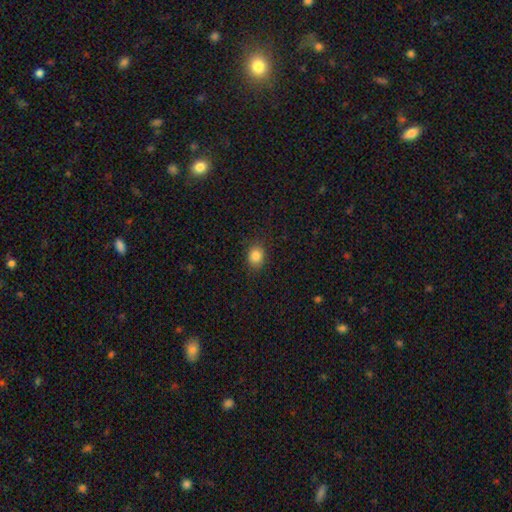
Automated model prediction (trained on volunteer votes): Morphology: type=smooth (85%); roundness=round (59%); merging=none (86%).